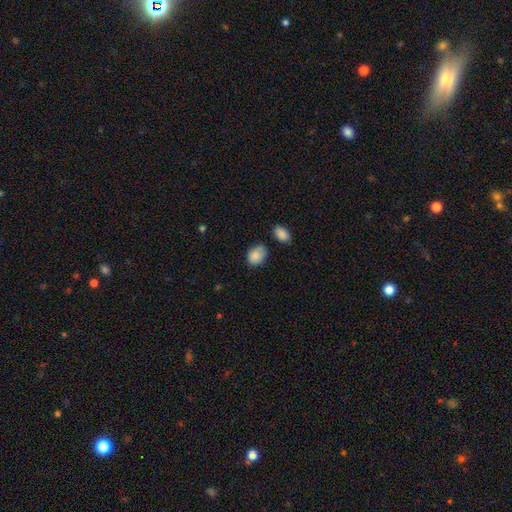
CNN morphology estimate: A smooth galaxy with no disk features (85%) that is in between round and cigar-shaped (61%). Merging: none (61%).